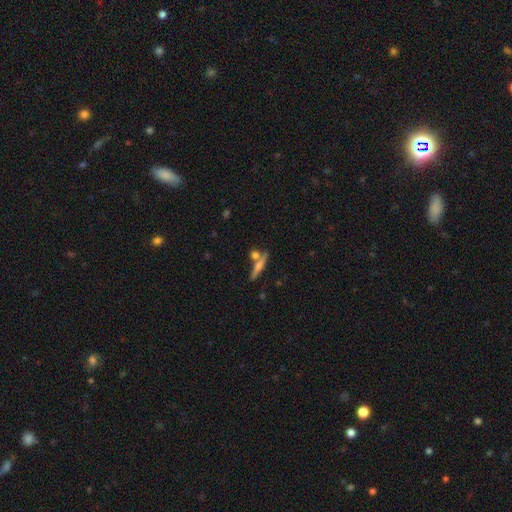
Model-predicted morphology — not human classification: Smooth or featured: smooth — 38% (tied with featured or disk — 38%)
Merging: none — 58% (merger — 24%)